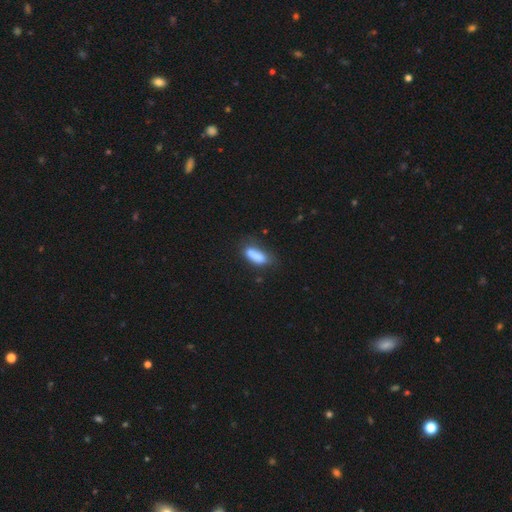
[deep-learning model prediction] Smooth or featured?
  - smooth: 80% *
  - featured or disk: 12%
  - star or artifact: 9%
How rounded?
  - in between: 67% *
  - cigar-shaped: 30%
  - round: 3%
Merging?
  - none: 49% *
  - minor disturbance: 28%
  - major disturbance: 12%
  - merger: 11%